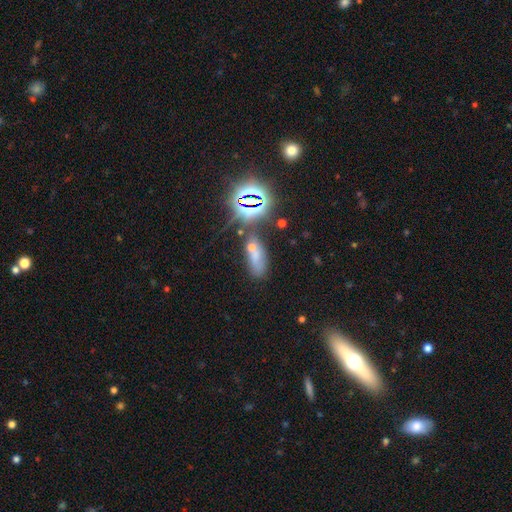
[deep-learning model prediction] Smooth or featured?
  - star or artifact: 44% *
  - smooth: 40%
  - featured or disk: 15%